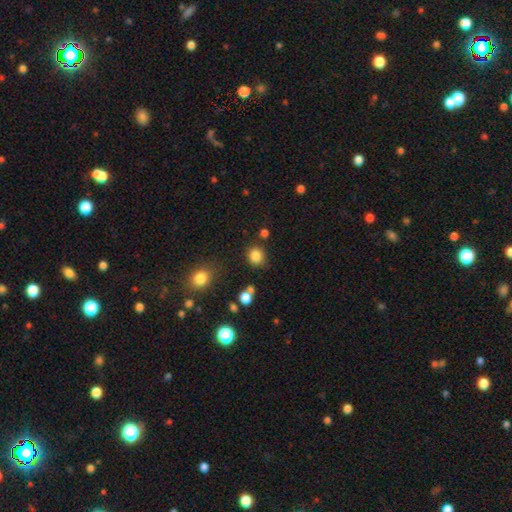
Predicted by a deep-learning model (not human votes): Smooth or featured: smooth — 84% (star or artifact — 12%)
How rounded: round — 80% (in between — 19%)
Merging: none — 81% (minor disturbance — 10%)